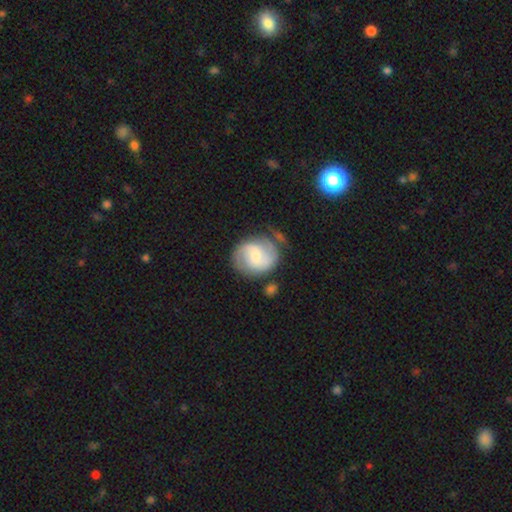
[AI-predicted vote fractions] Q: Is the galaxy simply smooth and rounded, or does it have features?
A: featured or disk — 70%.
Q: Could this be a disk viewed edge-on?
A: no — 98%.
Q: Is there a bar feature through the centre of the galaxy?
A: weak — 51%.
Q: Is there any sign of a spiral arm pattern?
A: yes — 92%.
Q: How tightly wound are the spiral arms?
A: medium — 47%.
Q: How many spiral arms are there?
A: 2 — 83%.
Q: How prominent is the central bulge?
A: small — 52%.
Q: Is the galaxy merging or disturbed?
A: none — 62%.